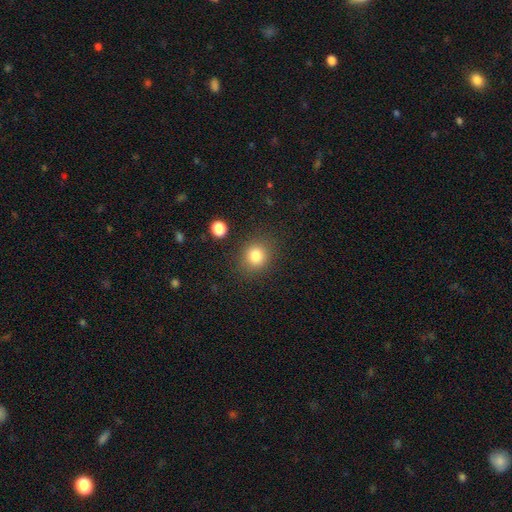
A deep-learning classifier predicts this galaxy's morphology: Smooth or featured: smooth — 83% (star or artifact — 11%)
How rounded: round — 77% (in between — 22%)
Merging: none — 83% (minor disturbance — 10%)